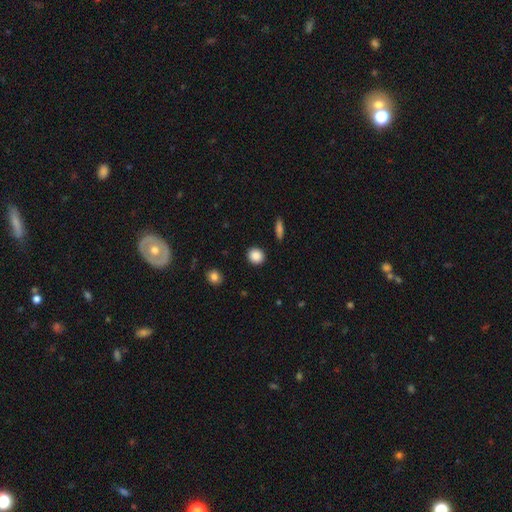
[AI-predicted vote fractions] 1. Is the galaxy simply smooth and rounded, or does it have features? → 88% smooth, 9% star or artifact, 3% featured or disk.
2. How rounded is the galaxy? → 80% round, 18% in between, 1% cigar-shaped.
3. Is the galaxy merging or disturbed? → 91% none, 6% minor disturbance, 2% major disturbance, 1% merger.